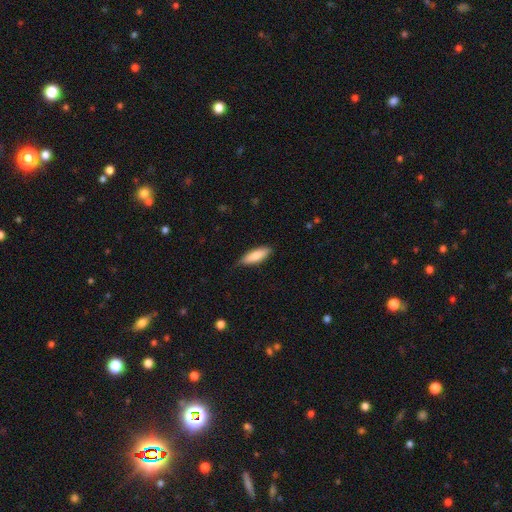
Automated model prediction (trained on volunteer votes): This is clearly a smooth galaxy (83%). How rounded: possibly in between (55%). Merging: likely none (79%).